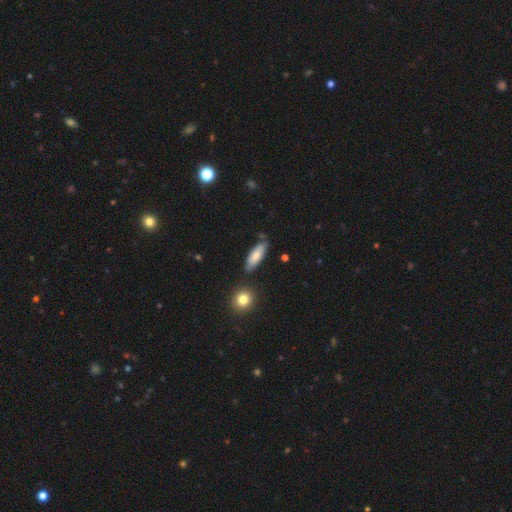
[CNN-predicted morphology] Smooth or featured? smooth (78%)
How rounded? in between (58%)
Merging? none (75%)